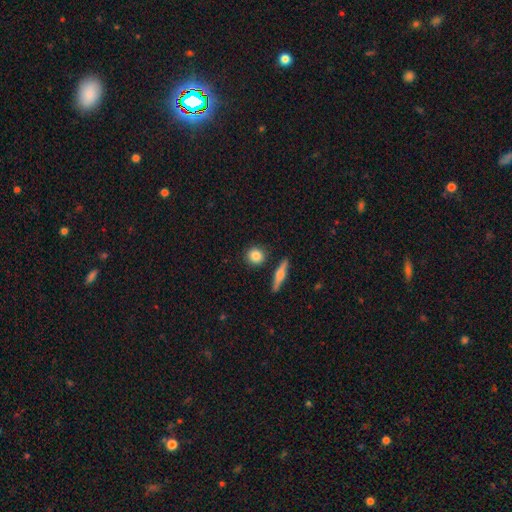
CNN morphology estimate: smooth_or_featured: smooth (p=0.83) [alt: featured or disk p=0.10]
how_rounded: round (p=0.84) [alt: in between p=0.12]
merging: none (p=0.86) [alt: minor disturbance p=0.08]